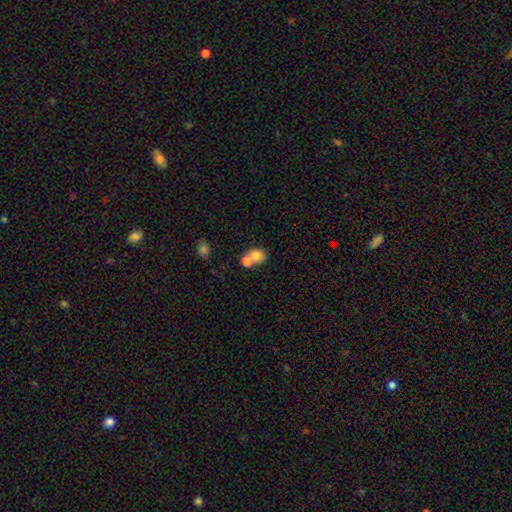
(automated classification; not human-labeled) This appears to be a smooth galaxy with no disk features (77%) that is round (61%). Merging: merger (51%).